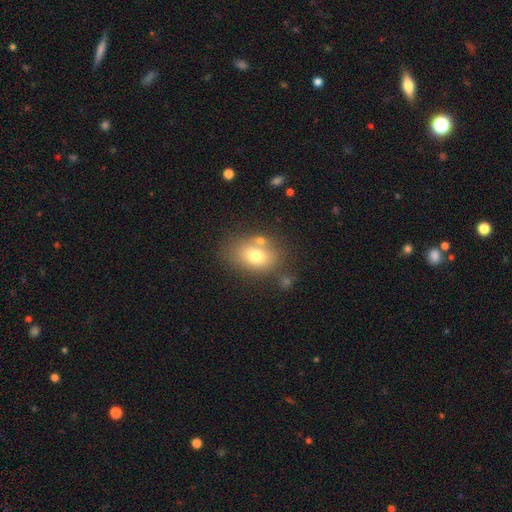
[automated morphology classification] A smooth galaxy with no disk features (74%) that is in between round and cigar-shaped (74%).

Vote fractions:
- Smooth or featured? smooth: 74% / featured or disk: 16% / star or artifact: 11%
- How rounded? in between: 74% / round: 25% / cigar-shaped: 1%
- Merging? none: 66% / minor disturbance: 15% / merger: 13% / major disturbance: 5%